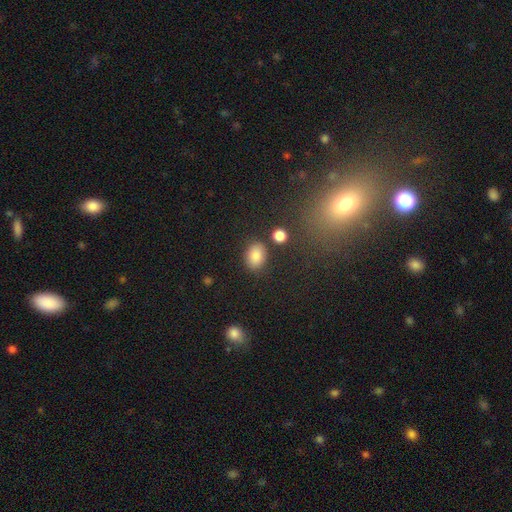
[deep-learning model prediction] A smooth galaxy with no disk features (84%) that is in between round and cigar-shaped (71%). Merging: none (80%).